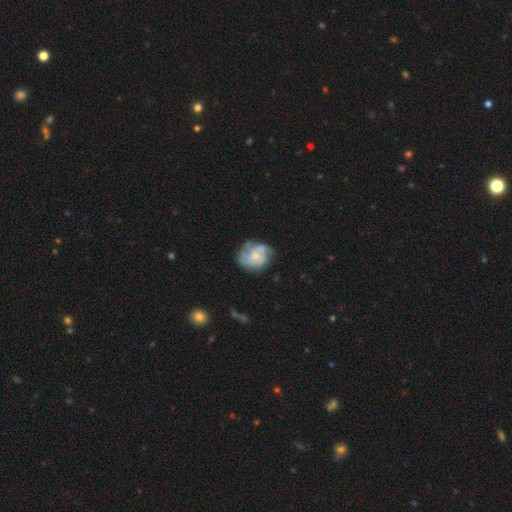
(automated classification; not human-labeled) A featured or disk galaxy (64%) with no bar (74%), spiral arms (79%) and a small central bulge (48%).

Vote fractions:
- Smooth or featured? featured or disk: 64% / smooth: 29% / star or artifact: 7%
- Edge-on disk? no: 98% / yes: 2%
- Bar? no: 74% / weak: 23% / strong: 3%
- Spiral arms? yes: 79% / no: 21%
- Bulge size? small: 48% / moderate: 32% / none: 15% / large: 4% / dominant: 1%
- Merging? none: 64% / minor disturbance: 23% / major disturbance: 11% / merger: 2%